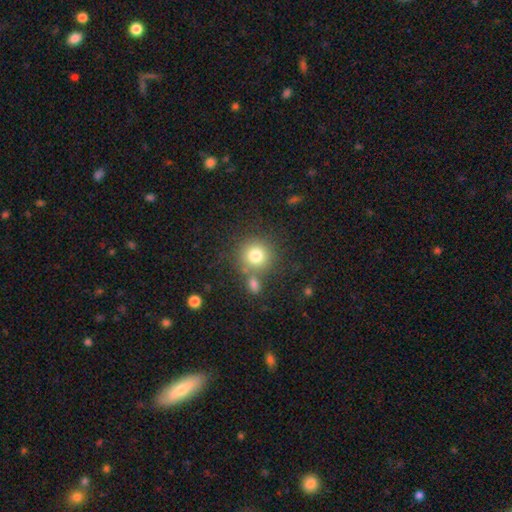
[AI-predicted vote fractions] This is likely a smooth galaxy (78%). How rounded: clearly round (91%). Merging: likely none (69%).